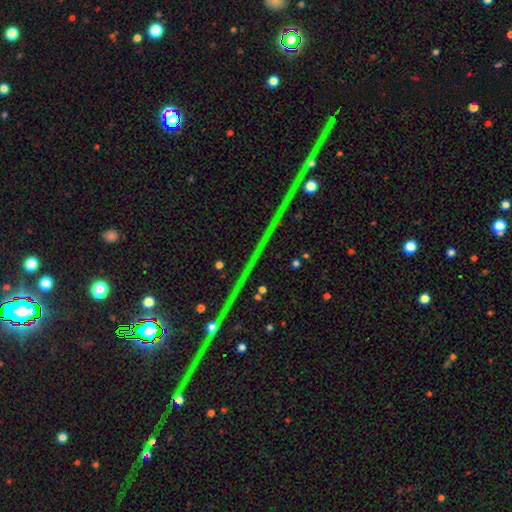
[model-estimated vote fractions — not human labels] This is clearly a star or artifact rather than a galaxy (81%).